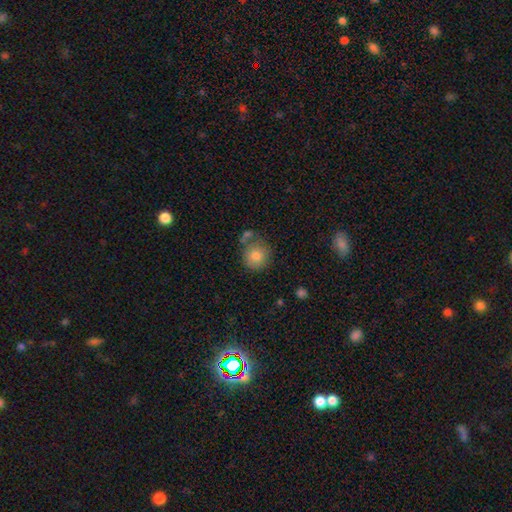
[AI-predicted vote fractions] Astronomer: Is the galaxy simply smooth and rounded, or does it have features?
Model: smooth — 81%.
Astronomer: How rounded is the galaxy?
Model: round — 88%.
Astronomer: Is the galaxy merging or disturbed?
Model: none — 63%.